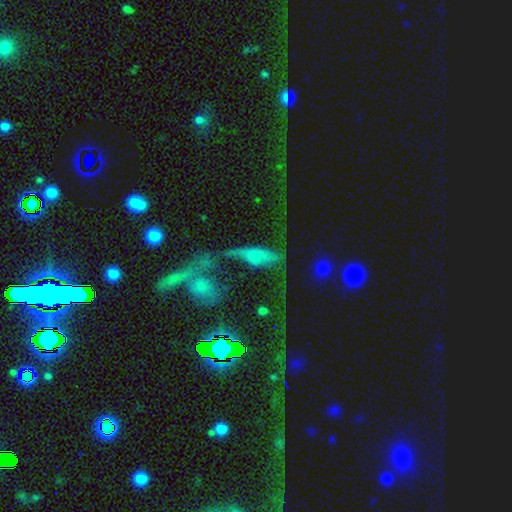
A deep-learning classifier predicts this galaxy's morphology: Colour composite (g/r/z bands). It shows a featured or disk galaxy (45%). Merging: none (34%).